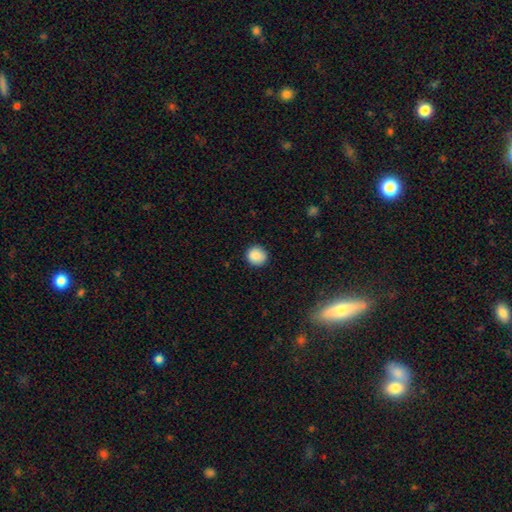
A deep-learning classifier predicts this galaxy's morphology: Overall: smooth (89%). How rounded: round (90%). Merging: none (90%).